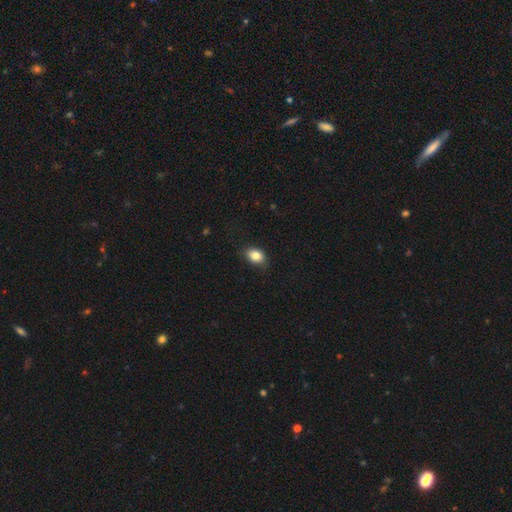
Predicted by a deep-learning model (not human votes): This is clearly a smooth galaxy (83%). How rounded: likely in between (73%). Merging: likely none (76%).